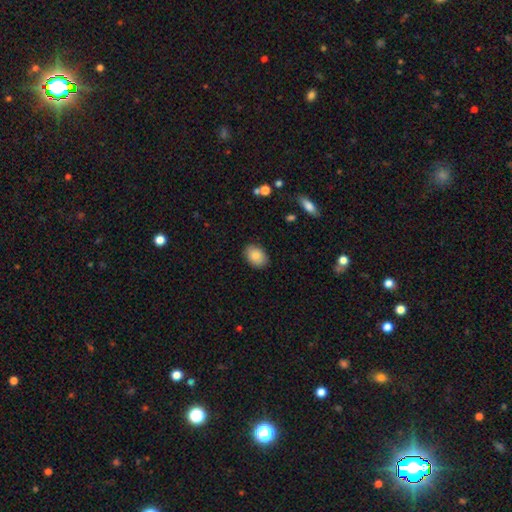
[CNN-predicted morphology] The model was most divided on "how rounded": in between: 81%, round: 18%, cigar-shaped: 1%. More confident: merging — none (88%); smooth or featured — smooth (86%).